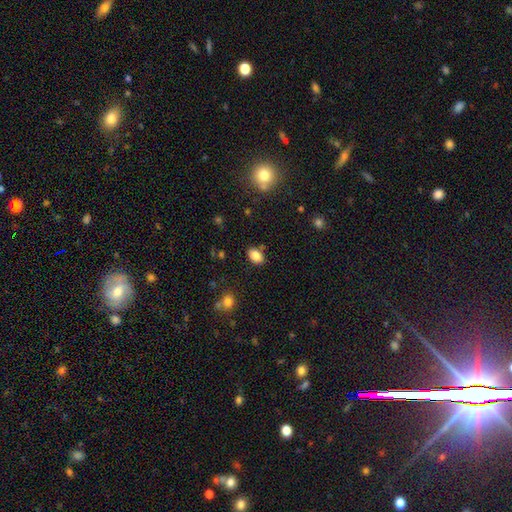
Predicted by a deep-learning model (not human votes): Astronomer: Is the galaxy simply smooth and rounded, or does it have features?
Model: smooth — 85%.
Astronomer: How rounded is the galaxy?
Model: in between — 81%.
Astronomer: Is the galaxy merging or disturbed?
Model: none — 82%.